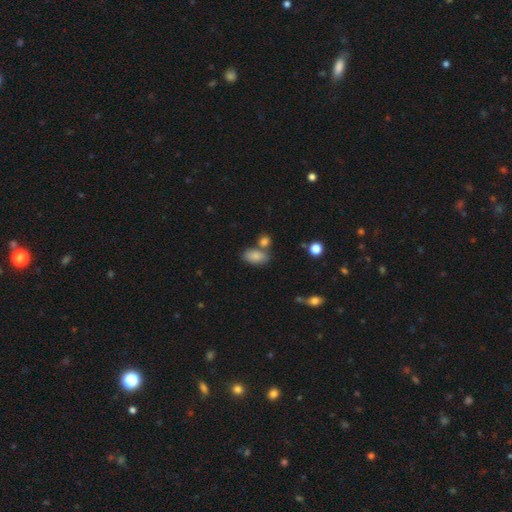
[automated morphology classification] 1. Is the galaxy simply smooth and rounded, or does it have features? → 84% smooth, 8% star or artifact, 8% featured or disk.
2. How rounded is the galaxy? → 90% in between, 7% round, 2% cigar-shaped.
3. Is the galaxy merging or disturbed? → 60% none, 22% merger, 13% minor disturbance, 4% major disturbance.